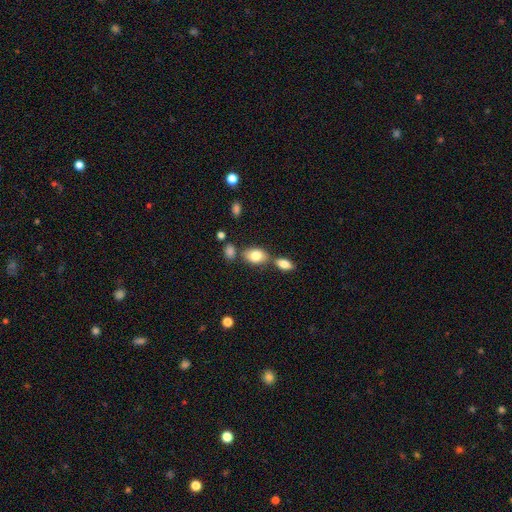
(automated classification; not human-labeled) Smooth or featured?
  - smooth: 81% *
  - featured or disk: 11%
  - star or artifact: 8%
How rounded?
  - in between: 83% *
  - round: 15%
  - cigar-shaped: 2%
Merging?
  - none: 61% *
  - merger: 22%
  - minor disturbance: 14%
  - major disturbance: 4%